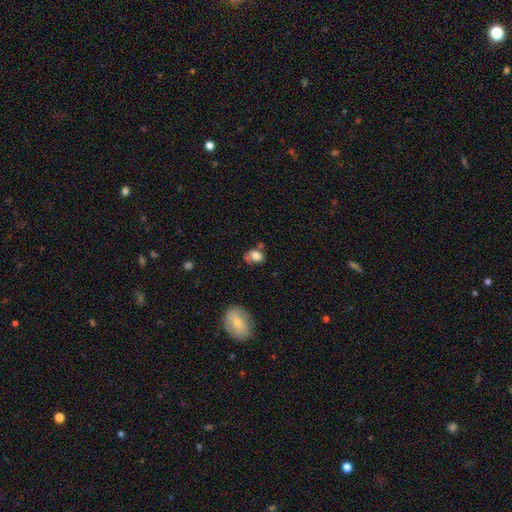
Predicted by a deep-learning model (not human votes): This appears to be a smooth galaxy with no disk features (74%) that is in between round and cigar-shaped (71%). Merging: none (40%).